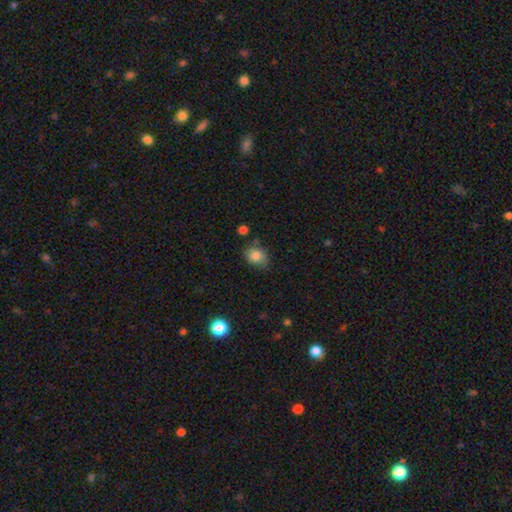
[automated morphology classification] This appears to be a smooth galaxy with no disk features (83%) that is in between round and cigar-shaped (53%). Merging: none (69%).